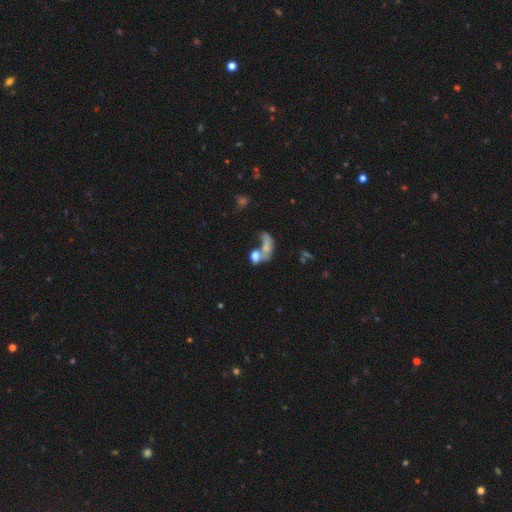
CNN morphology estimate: A smooth galaxy with no disk features (65%) that is in between round and cigar-shaped (72%).

Vote fractions:
- Smooth or featured? smooth: 65% / featured or disk: 22% / star or artifact: 13%
- How rounded? in between: 72% / round: 24% / cigar-shaped: 4%
- Merging? merger: 64% / none: 17% / major disturbance: 12% / minor disturbance: 7%